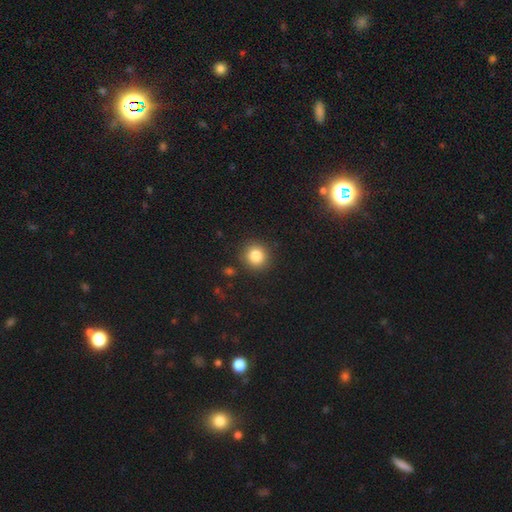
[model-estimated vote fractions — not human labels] smooth_or_featured: smooth (p=0.85) [alt: star or artifact p=0.10]
how_rounded: round (p=0.92) [alt: in between p=0.07]
merging: none (p=0.89) [alt: minor disturbance p=0.07]